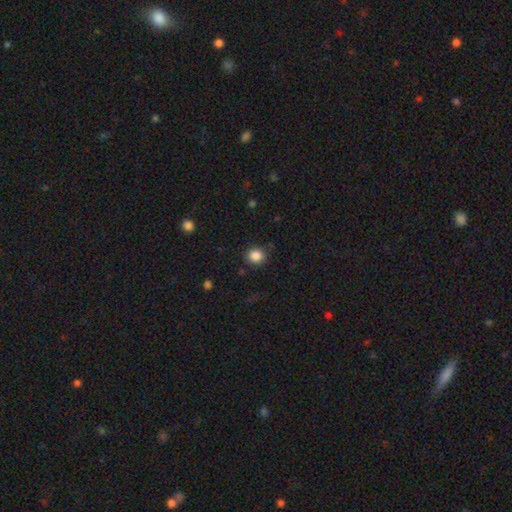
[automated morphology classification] Smooth or featured?
  - smooth: 86% *
  - star or artifact: 10%
  - featured or disk: 3%
How rounded?
  - round: 80% *
  - in between: 19%
  - cigar-shaped: 1%
Merging?
  - none: 85% *
  - minor disturbance: 10%
  - major disturbance: 3%
  - merger: 2%